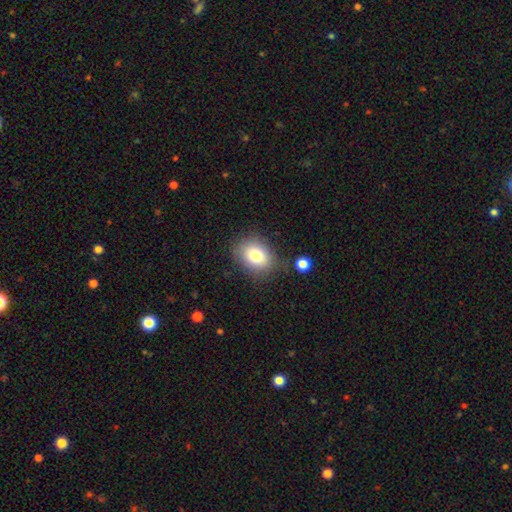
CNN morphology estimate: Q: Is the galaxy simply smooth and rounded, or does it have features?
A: smooth — 79%.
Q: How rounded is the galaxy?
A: in between — 65%.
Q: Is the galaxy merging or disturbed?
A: none — 75%.